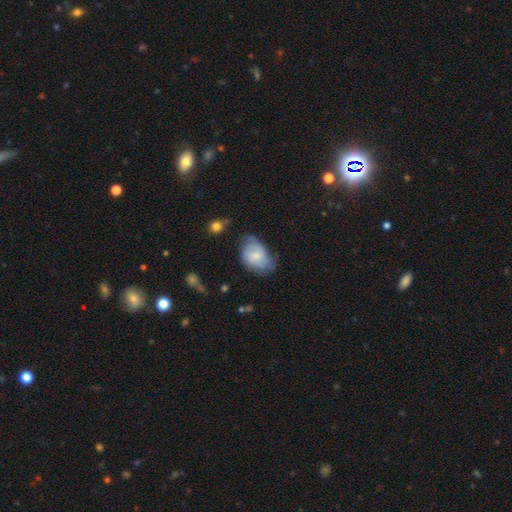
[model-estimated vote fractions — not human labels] Smooth or featured? Predicted: smooth (p=0.57). How rounded? Predicted: in between (p=0.82). Merging? Predicted: none (p=0.47).